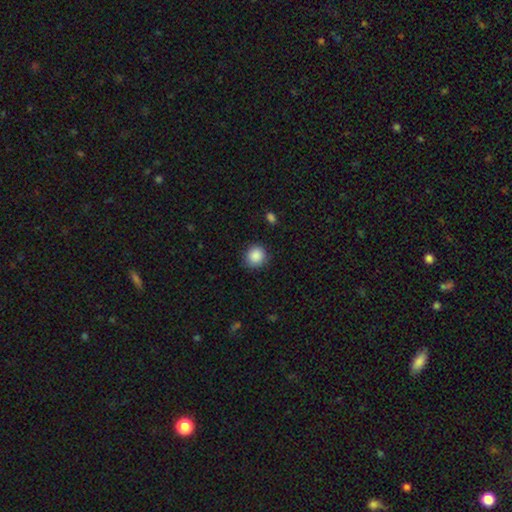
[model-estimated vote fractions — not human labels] Morphology: type=smooth (88%); roundness=round (89%); merging=none (86%).